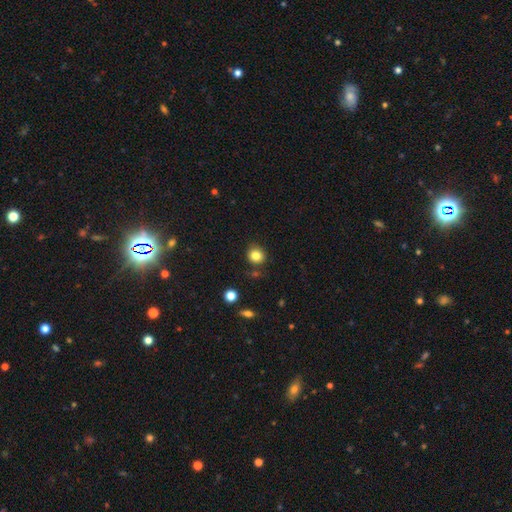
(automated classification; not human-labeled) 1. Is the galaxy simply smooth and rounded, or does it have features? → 83% smooth, 11% star or artifact, 6% featured or disk.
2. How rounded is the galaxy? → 82% round, 17% in between, 1% cigar-shaped.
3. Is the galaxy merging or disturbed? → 82% none, 11% minor disturbance, 5% merger, 3% major disturbance.